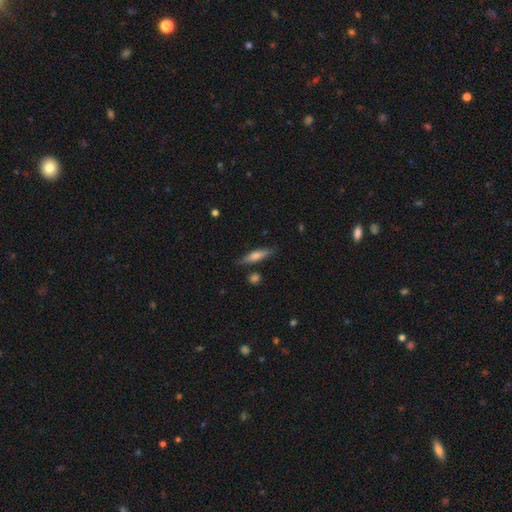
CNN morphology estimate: Q: Smooth or featured?
A: smooth (56%); runner-up: featured or disk (36%)
Q: How rounded?
A: cigar-shaped (78%); runner-up: in between (19%)
Q: Merging?
A: none (83%); runner-up: minor disturbance (12%)